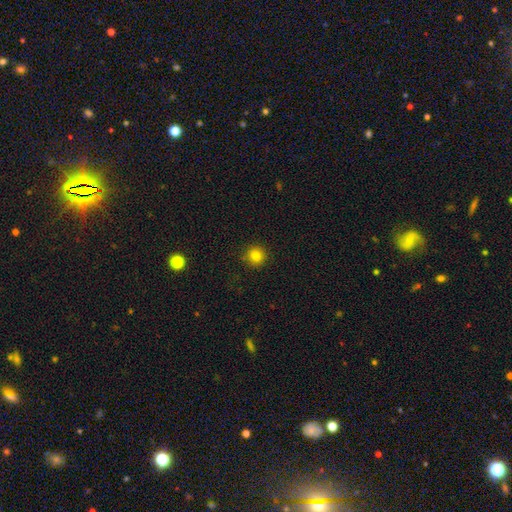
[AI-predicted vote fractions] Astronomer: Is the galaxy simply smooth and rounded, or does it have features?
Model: smooth — 82%.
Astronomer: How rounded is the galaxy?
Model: round — 93%.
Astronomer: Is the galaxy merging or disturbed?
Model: none — 91%.